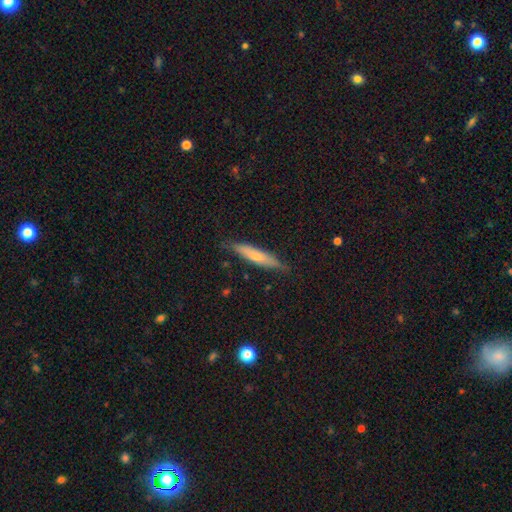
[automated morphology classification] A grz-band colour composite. It shows a smooth galaxy with no disk features (62%) that is cigar-shaped (87%). Merging: none (80%).